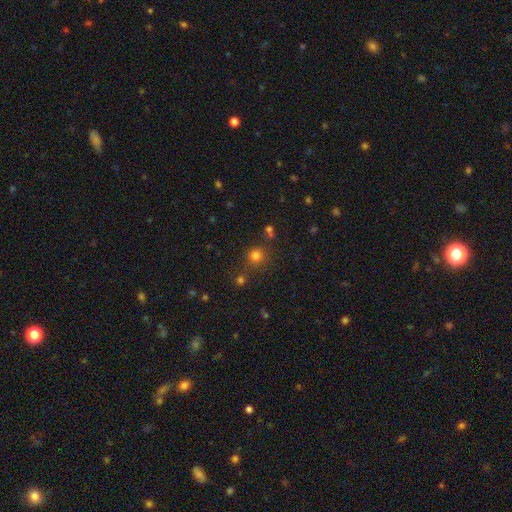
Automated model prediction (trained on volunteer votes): Smooth or featured?
  - smooth: 74% *
  - star or artifact: 20%
  - featured or disk: 6%
How rounded?
  - round: 92% *
  - in between: 7%
  - cigar-shaped: 1%
Merging?
  - none: 78% *
  - merger: 10%
  - minor disturbance: 9%
  - major disturbance: 4%